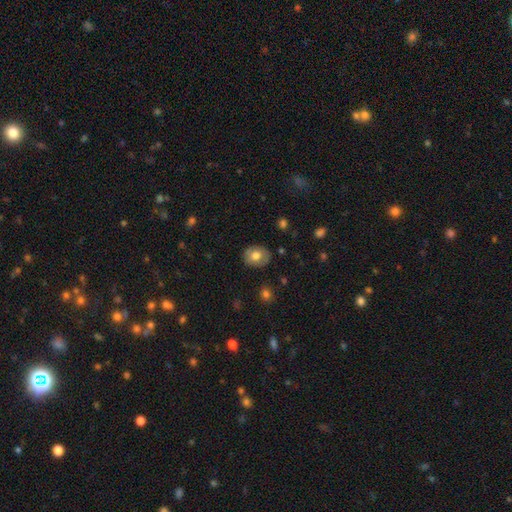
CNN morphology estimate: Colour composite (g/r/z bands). It shows a smooth galaxy with no disk features (68%) that is round (51%). Merging: none (83%).